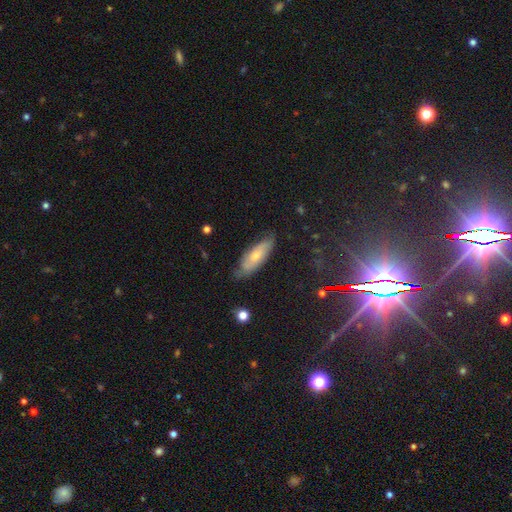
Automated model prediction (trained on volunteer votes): smooth_or_featured: smooth (p=0.51) [alt: featured or disk p=0.42]
how_rounded: in between (p=0.64) [alt: cigar-shaped p=0.34]
merging: none (p=0.68) [alt: minor disturbance p=0.25]